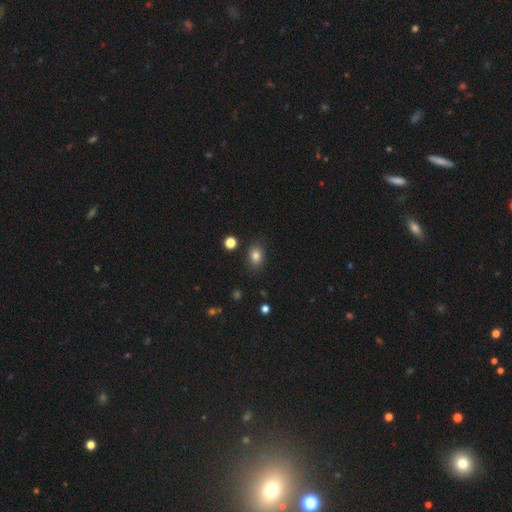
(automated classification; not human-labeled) Q: Smooth or featured?
A: smooth (82%); runner-up: star or artifact (12%)
Q: How rounded?
A: in between (65%); runner-up: round (34%)
Q: Merging?
A: none (84%); runner-up: minor disturbance (10%)